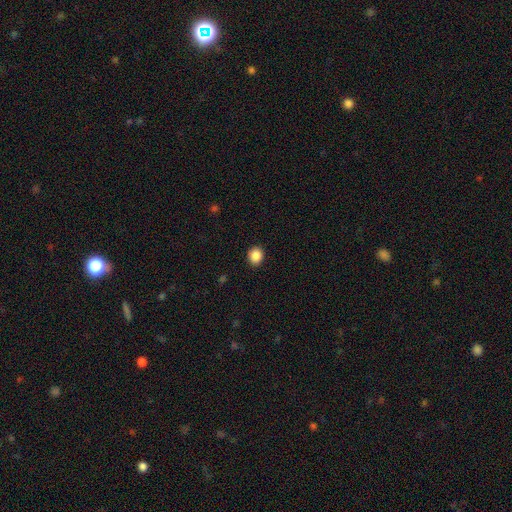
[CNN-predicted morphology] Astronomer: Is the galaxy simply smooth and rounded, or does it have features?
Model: smooth — 87%.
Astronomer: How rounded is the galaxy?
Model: round — 73%.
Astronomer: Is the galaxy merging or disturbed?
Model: none — 91%.